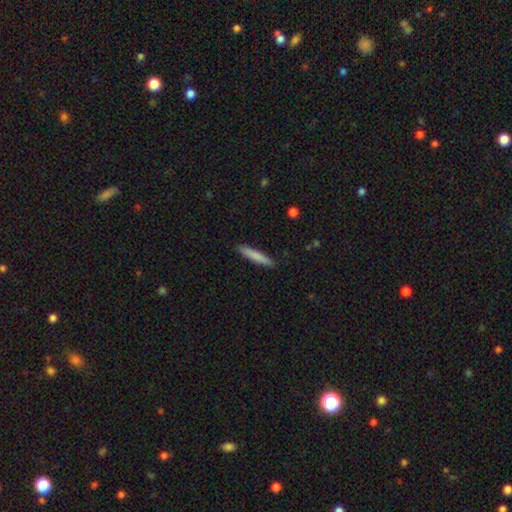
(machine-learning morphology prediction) smooth-or-featured: smooth: 80% | featured or disk: 14% | star or artifact: 6%
  how-rounded: cigar-shaped: 93% | in between: 6% | round: 1%
  merging: none: 91% | minor disturbance: 7% | major disturbance: 2% | merger: 1%